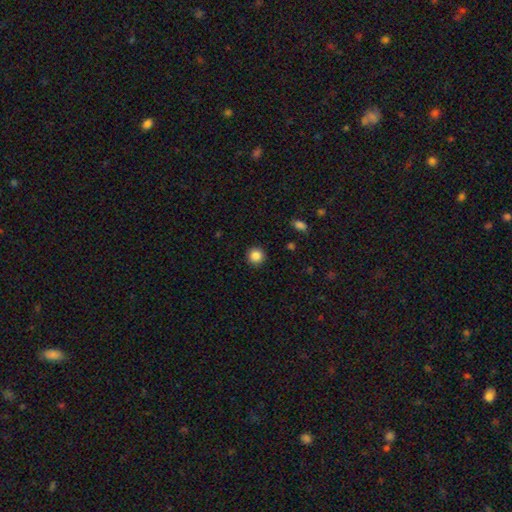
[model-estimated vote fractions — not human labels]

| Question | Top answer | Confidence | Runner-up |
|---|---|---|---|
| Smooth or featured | smooth | 86% | star or artifact (10%) |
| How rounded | round | 95% | in between (4%) |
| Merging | none | 92% | minor disturbance (5%) |